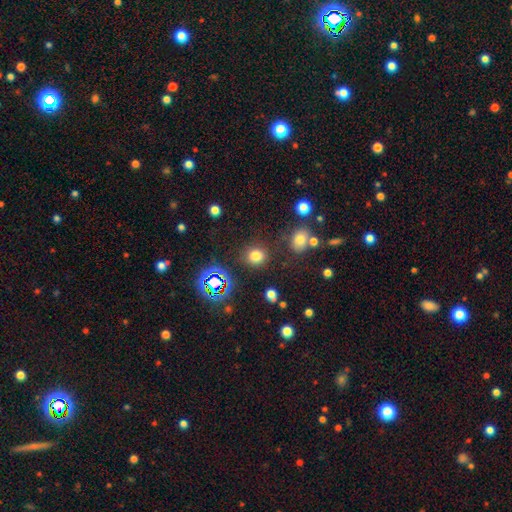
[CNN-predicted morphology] Smooth or featured? smooth (73%)
How rounded? round (76%)
Merging? none (83%)